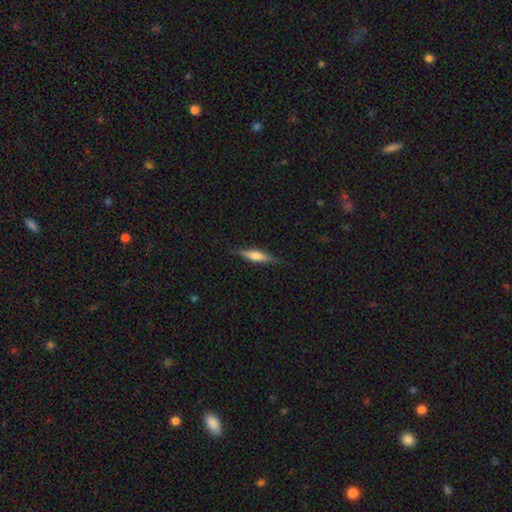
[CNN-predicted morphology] Smooth or featured: smooth — 47% (tied with featured or disk — 47%)
Merging: none — 85% (minor disturbance — 12%)